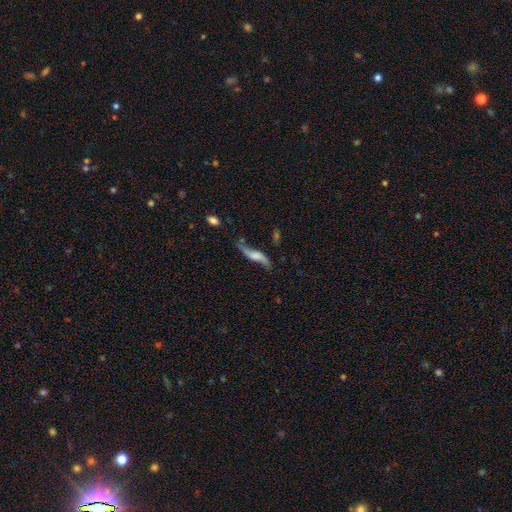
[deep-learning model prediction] The model was most divided on "bulge size": none: 33%, moderate: 26%, small: 25%, large: 13%, dominant: 3%. More confident: spiral arms — yes (90%); edge-on disk — no (74%); smooth or featured — featured or disk (68%); merging — none (60%); bar — no (53%).